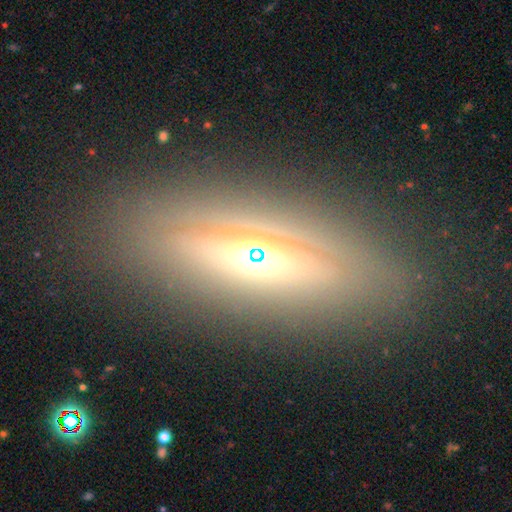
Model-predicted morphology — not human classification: A featured or disk galaxy (61%) viewed edge-on (67%).

Vote fractions:
- Smooth or featured? featured or disk: 61% / smooth: 26% / star or artifact: 13%
- Edge-on disk? yes: 67% / no: 33%
- Merging? none: 81% / minor disturbance: 12% / major disturbance: 5% / merger: 2%